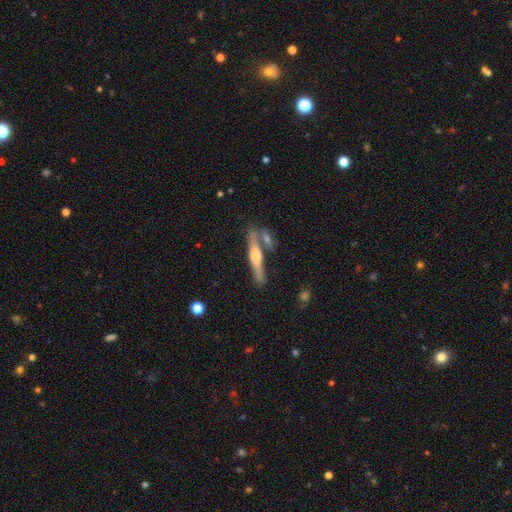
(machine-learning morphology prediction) A featured or disk galaxy (53%) viewed edge-on (93%). Merging: none (62%).